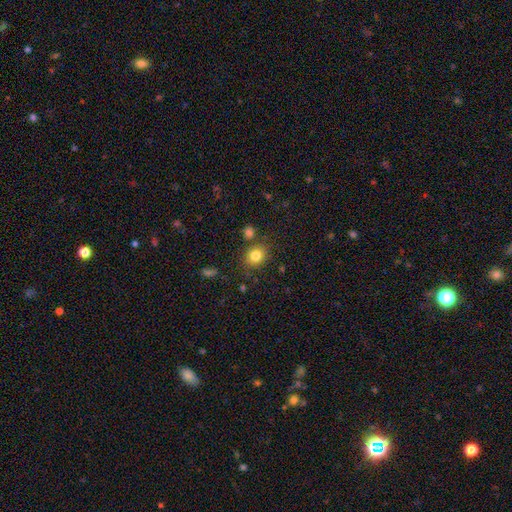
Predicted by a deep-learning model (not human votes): smooth-or-featured: smooth: 81% | star or artifact: 12% | featured or disk: 7%
  how-rounded: round: 64% | in between: 35% | cigar-shaped: 1%
  merging: none: 79% | minor disturbance: 12% | merger: 6% | major disturbance: 4%